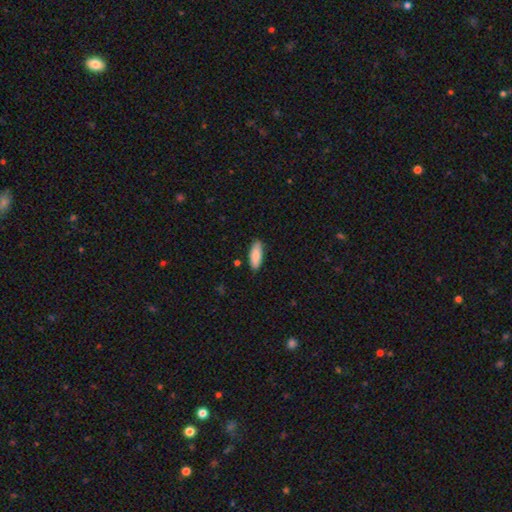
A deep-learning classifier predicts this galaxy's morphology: A smooth galaxy with no disk features (87%) that is in between round and cigar-shaped (74%).

Vote fractions:
- Smooth or featured? smooth: 87% / featured or disk: 7% / star or artifact: 6%
- How rounded? in between: 74% / cigar-shaped: 25% / round: 2%
- Merging? none: 83% / minor disturbance: 13% / major disturbance: 2% / merger: 1%